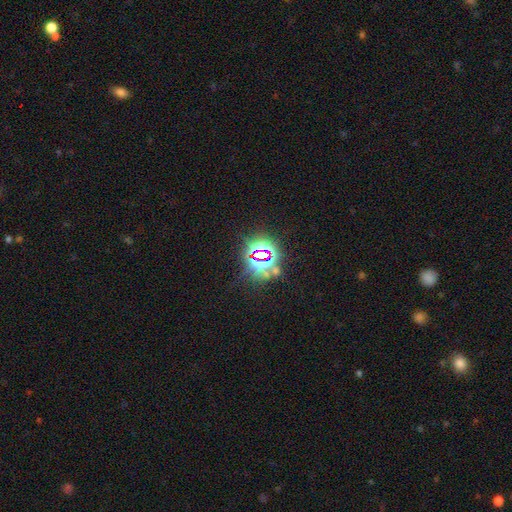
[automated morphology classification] A star or artifact, not a galaxy (78%).